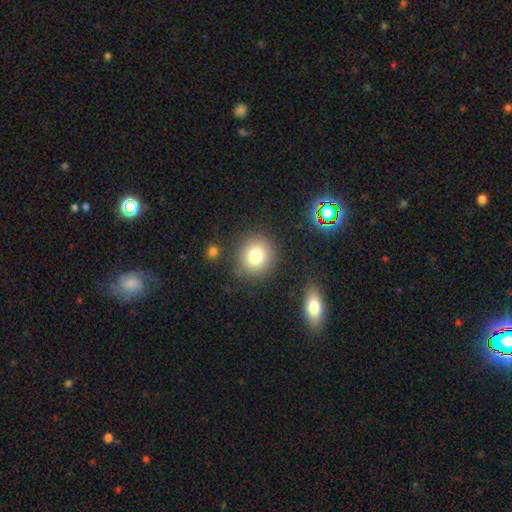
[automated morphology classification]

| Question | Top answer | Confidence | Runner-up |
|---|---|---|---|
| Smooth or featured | smooth | 77% | star or artifact (13%) |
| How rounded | round | 87% | in between (12%) |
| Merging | none | 86% | minor disturbance (8%) |